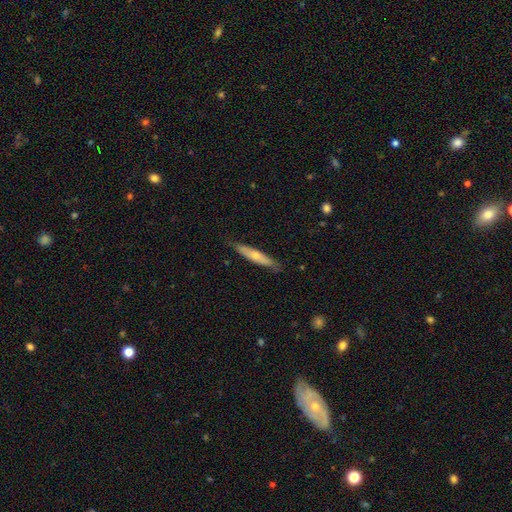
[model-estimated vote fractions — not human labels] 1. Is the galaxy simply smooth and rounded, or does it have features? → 54% smooth, 40% featured or disk, 5% star or artifact.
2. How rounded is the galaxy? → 85% cigar-shaped, 14% in between, 2% round.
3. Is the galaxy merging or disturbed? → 81% none, 16% minor disturbance, 2% major disturbance, 1% merger.